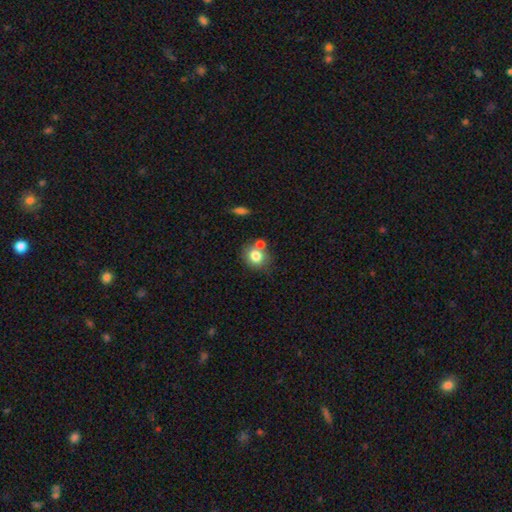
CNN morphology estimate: The model was most divided on "merging": none: 54%, merger: 29%, minor disturbance: 13%, major disturbance: 4%. More confident: smooth or featured — smooth (78%); how rounded — round (70%).